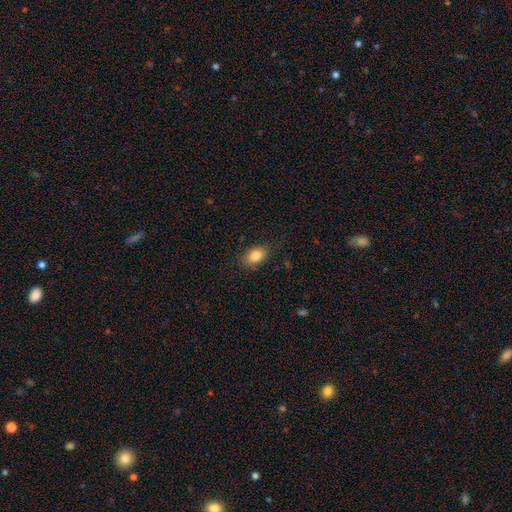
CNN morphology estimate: Smooth or featured? smooth (83%)
How rounded? in between (82%)
Merging? none (80%)